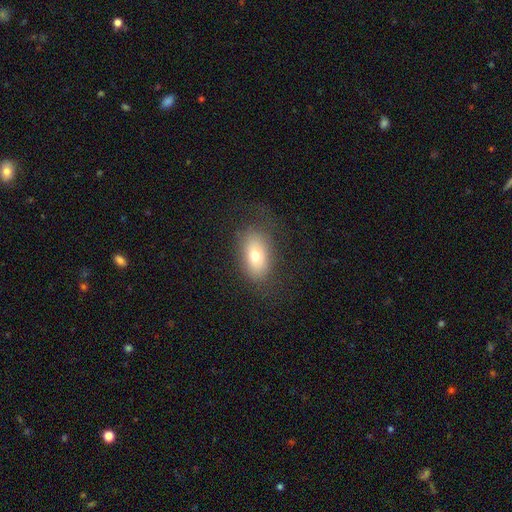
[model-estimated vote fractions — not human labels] smooth 72%, featured or disk 18%, star or artifact 10%. Down the decision tree: how rounded — in between (87%); merging — none (76%).